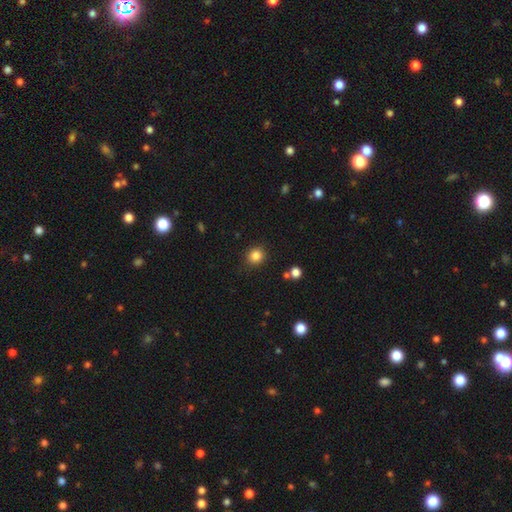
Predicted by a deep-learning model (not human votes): A smooth galaxy with no disk features (85%) that is round (87%). Merging: none (88%).